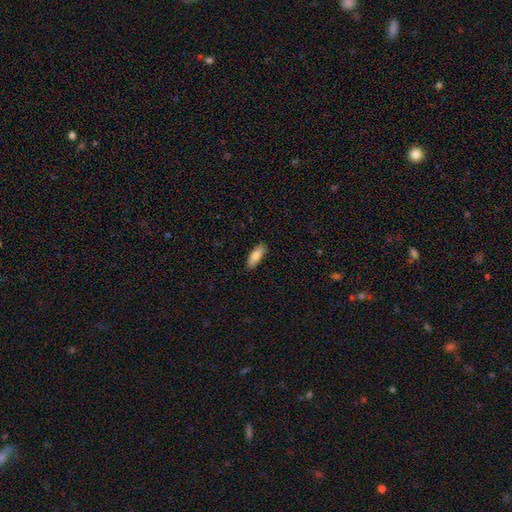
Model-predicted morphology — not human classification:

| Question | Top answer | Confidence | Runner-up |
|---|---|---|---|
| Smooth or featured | smooth | 83% | featured or disk (11%) |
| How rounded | in between | 72% | cigar-shaped (27%) |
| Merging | none | 87% | minor disturbance (10%) |